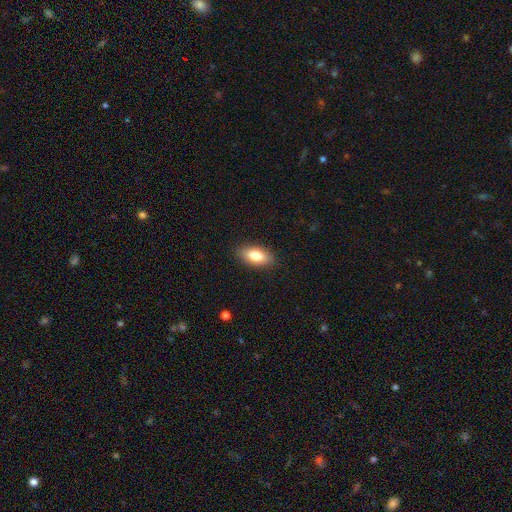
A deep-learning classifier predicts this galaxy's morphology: Overall: smooth (83%). How rounded: in between (87%). Merging: none (88%).